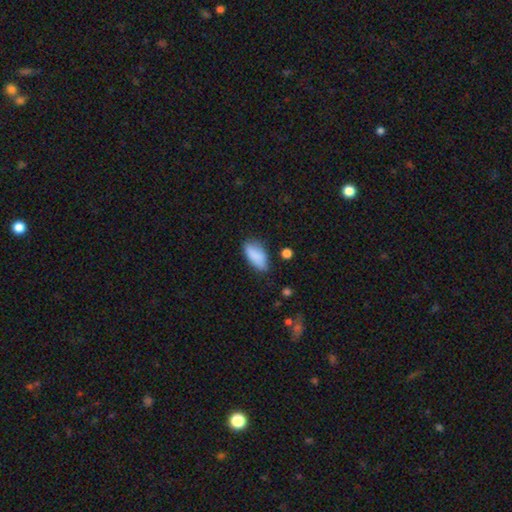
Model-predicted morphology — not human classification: Smooth or featured?
  - smooth: 85% *
  - star or artifact: 7%
  - featured or disk: 7%
How rounded?
  - in between: 89% *
  - cigar-shaped: 8%
  - round: 3%
Merging?
  - none: 67% *
  - minor disturbance: 25%
  - major disturbance: 6%
  - merger: 3%